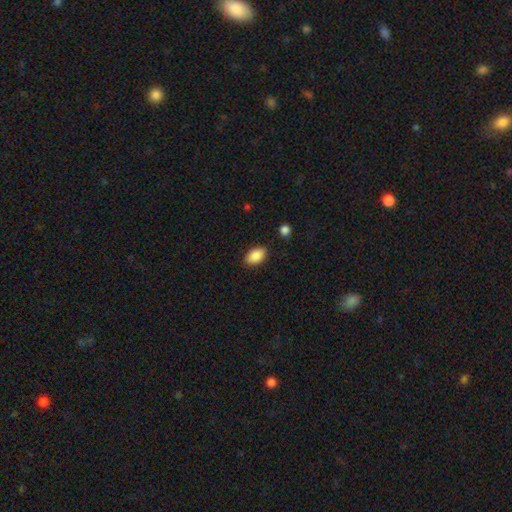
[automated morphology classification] smooth-or-featured: smooth: 89% | star or artifact: 7% | featured or disk: 4%
  how-rounded: in between: 91% | round: 8% | cigar-shaped: 1%
  merging: none: 86% | minor disturbance: 10% | major disturbance: 3% | merger: 2%